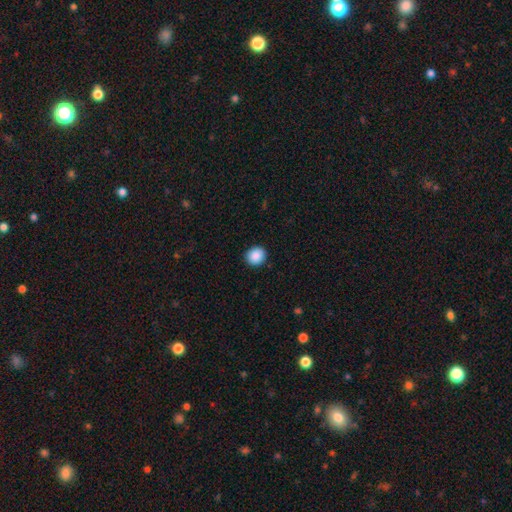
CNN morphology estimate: This appears to be a smooth galaxy with no disk features (89%) that is round (84%). Merging: none (91%).